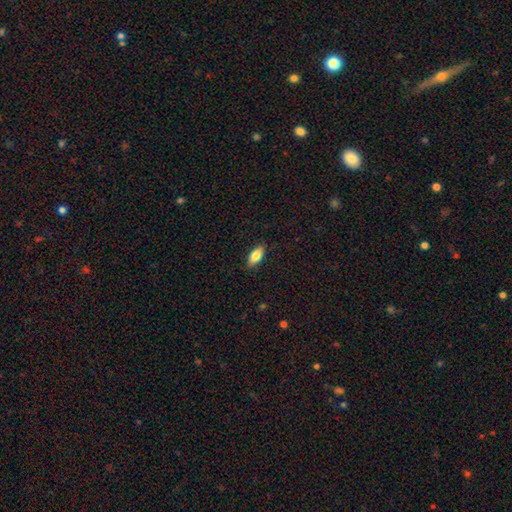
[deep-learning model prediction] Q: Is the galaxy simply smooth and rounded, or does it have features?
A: smooth — 80%.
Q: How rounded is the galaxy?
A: in between — 83%.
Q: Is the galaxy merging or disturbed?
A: none — 87%.